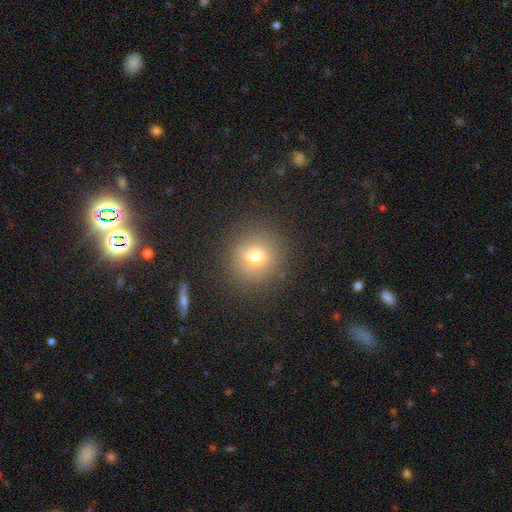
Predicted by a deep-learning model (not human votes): Q: Smooth or featured?
A: smooth (60%); runner-up: star or artifact (28%)
Q: How rounded?
A: round (91%); runner-up: in between (7%)
Q: Merging?
A: none (90%); runner-up: minor disturbance (6%)